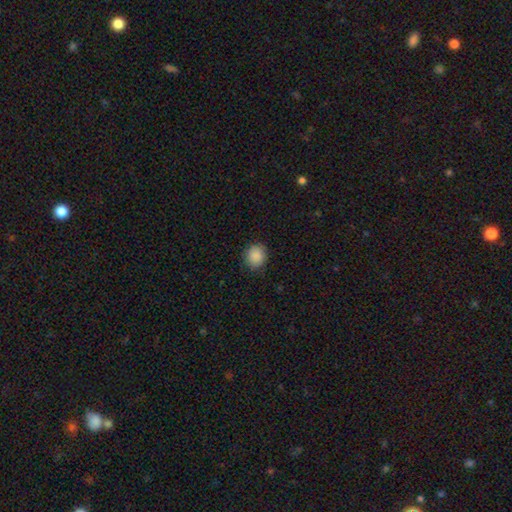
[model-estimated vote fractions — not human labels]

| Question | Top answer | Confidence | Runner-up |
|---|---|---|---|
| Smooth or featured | smooth | 89% | star or artifact (8%) |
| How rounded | round | 80% | in between (19%) |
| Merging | none | 87% | minor disturbance (9%) |